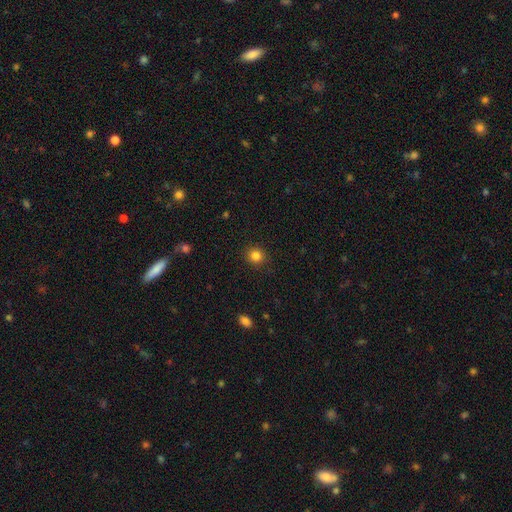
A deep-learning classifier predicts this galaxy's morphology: smooth_or_featured: smooth (p=0.83) [alt: star or artifact p=0.12]
how_rounded: round (p=0.87) [alt: in between p=0.12]
merging: none (p=0.90) [alt: minor disturbance p=0.07]